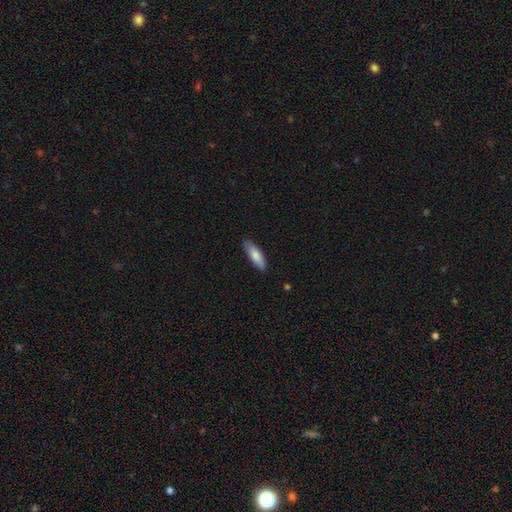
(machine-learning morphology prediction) smooth_or_featured: smooth (p=0.82) [alt: featured or disk p=0.12]
how_rounded: in between (p=0.52) [alt: cigar-shaped p=0.46]
merging: none (p=0.83) [alt: minor disturbance p=0.14]